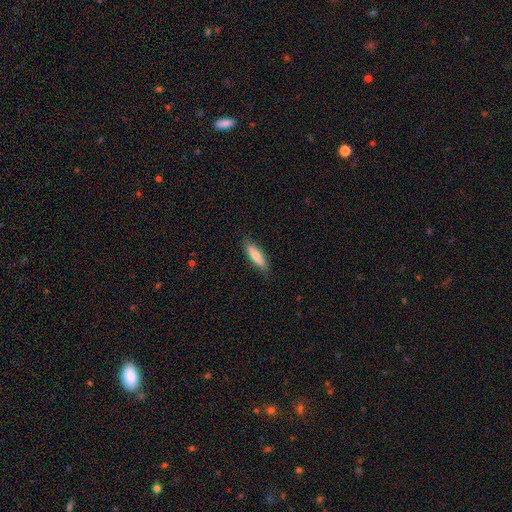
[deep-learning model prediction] smooth_or_featured: smooth (p=0.77) [alt: featured or disk p=0.18]
how_rounded: cigar-shaped (p=0.61) [alt: in between p=0.37]
merging: none (p=0.84) [alt: minor disturbance p=0.13]